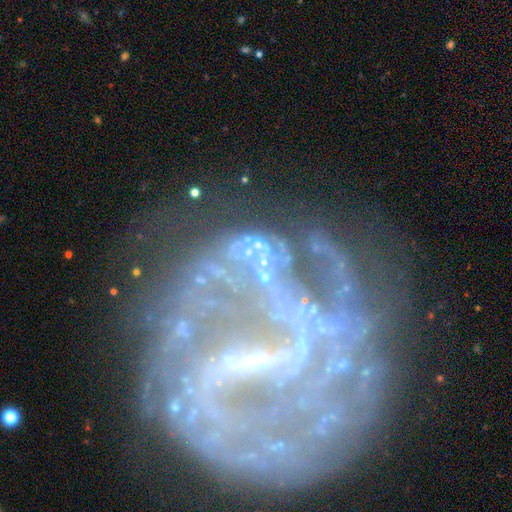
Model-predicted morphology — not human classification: This is likely a featured or disk galaxy (74%). It is clearly not viewed edge-on (96%). Bar: marginally strong (39%). Spiral arm pattern: likely yes (74%). Spiral arm count: marginally can't tell (31%). Spiral winding: marginally medium (37%). Central bulge: likely small (61%). Merging: marginally none (41%).